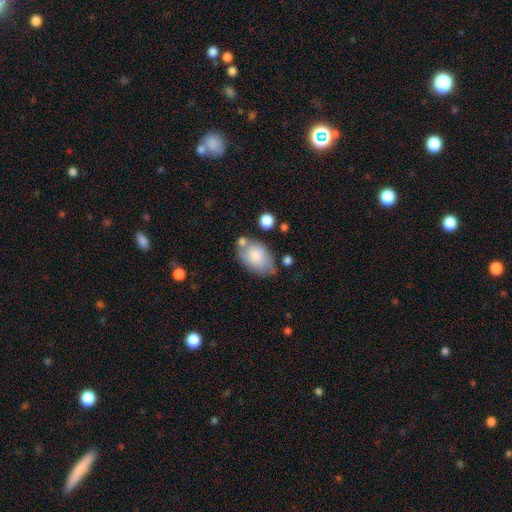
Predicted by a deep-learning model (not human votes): This is likely a smooth galaxy (74%). How rounded: clearly in between (89%). Merging: possibly none (48%).